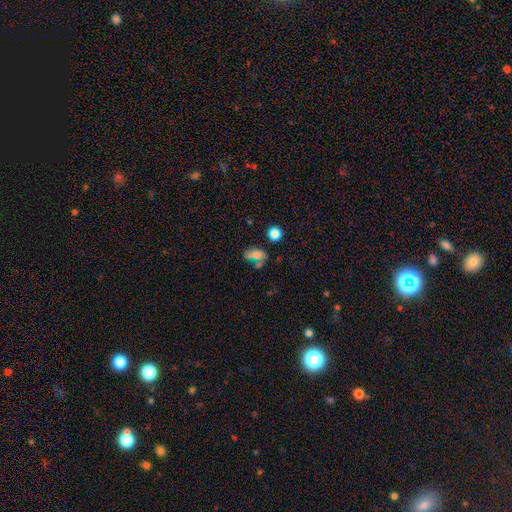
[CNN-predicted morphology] Smooth or featured: smooth — 69% (featured or disk — 16%)
How rounded: in between — 75% (round — 20%)
Merging: none — 38% (merger — 29%)